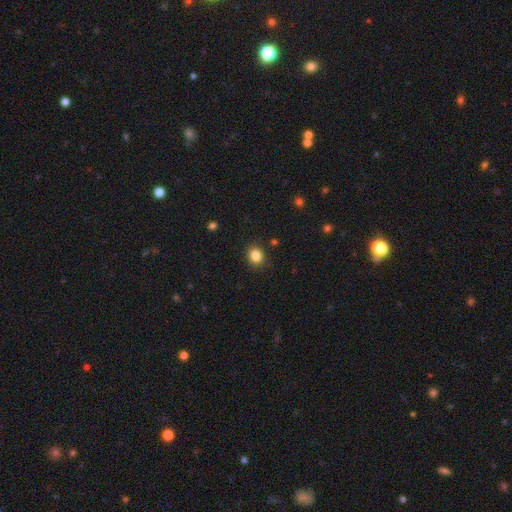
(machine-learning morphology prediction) The model was most divided on "how rounded": round: 68%, in between: 31%, cigar-shaped: 1%. More confident: merging — none (89%); smooth or featured — smooth (84%).